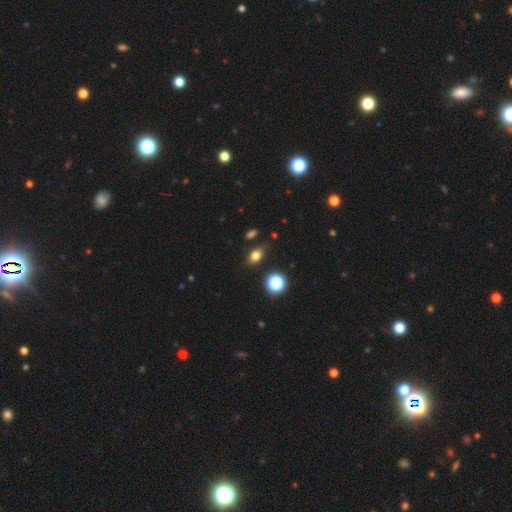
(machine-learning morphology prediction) Smooth or featured: smooth — 77% (star or artifact — 15%)
How rounded: in between — 74% (round — 23%)
Merging: none — 79% (minor disturbance — 14%)